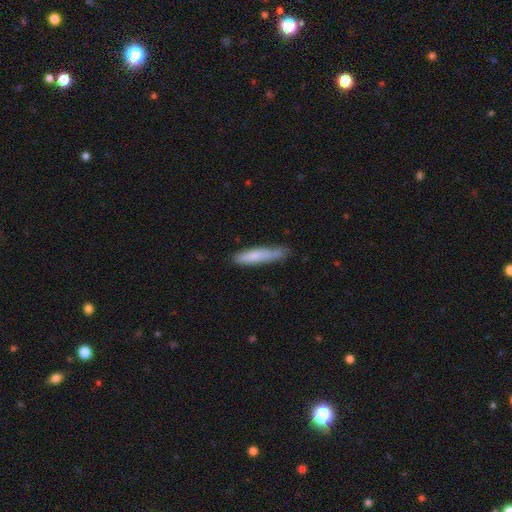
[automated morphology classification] type=smooth (74%); roundness=cigar-shaped (86%); merging=none (65%).